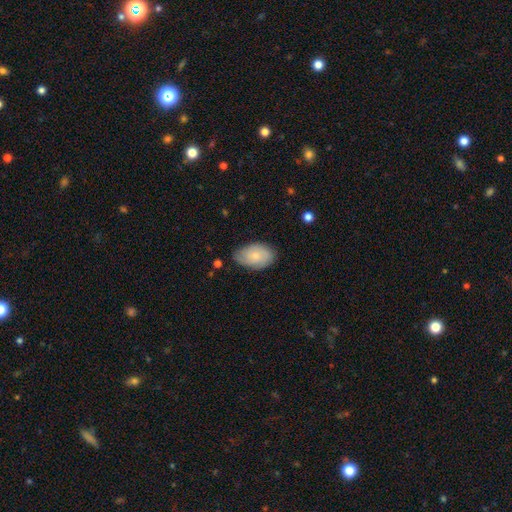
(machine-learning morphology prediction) A smooth galaxy with no disk features (70%) that is in between round and cigar-shaped (92%). Merging: none (71%).